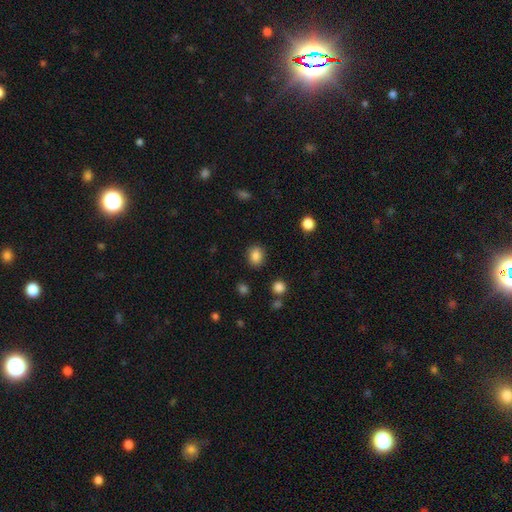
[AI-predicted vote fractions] smooth_or_featured: smooth (p=0.85) [alt: star or artifact p=0.10]
how_rounded: round (p=0.67) [alt: in between p=0.32]
merging: none (p=0.89) [alt: minor disturbance p=0.07]